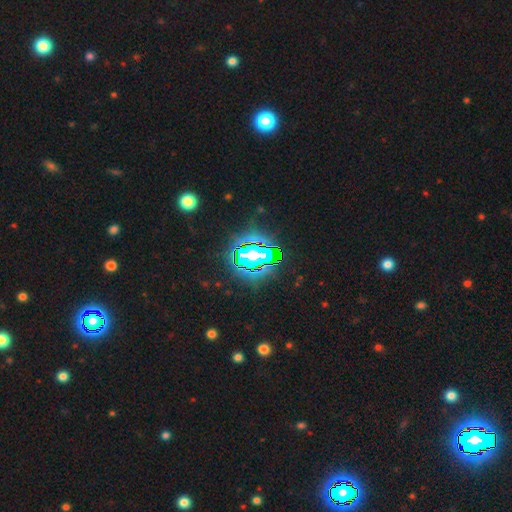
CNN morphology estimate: Smooth or featured? star or artifact (75%)